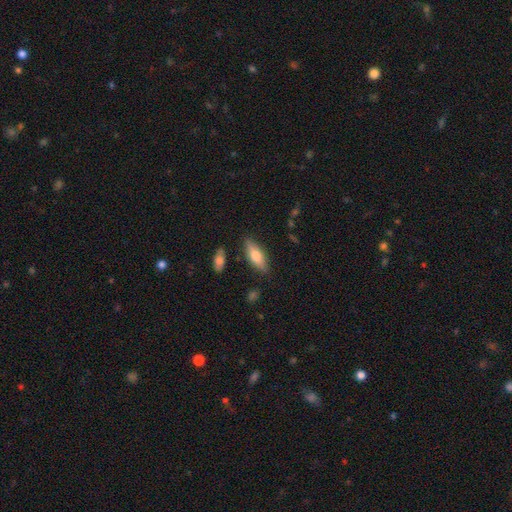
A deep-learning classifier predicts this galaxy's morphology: Smooth or featured?
  - smooth: 72% *
  - featured or disk: 21%
  - star or artifact: 6%
How rounded?
  - in between: 66% *
  - cigar-shaped: 31%
  - round: 2%
Merging?
  - none: 82% *
  - minor disturbance: 12%
  - merger: 3%
  - major disturbance: 3%